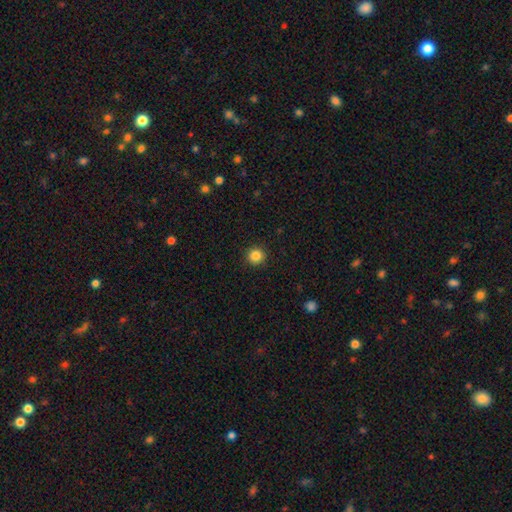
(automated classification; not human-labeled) This is clearly a smooth galaxy (85%). How rounded: clearly round (95%). Merging: clearly none (93%).